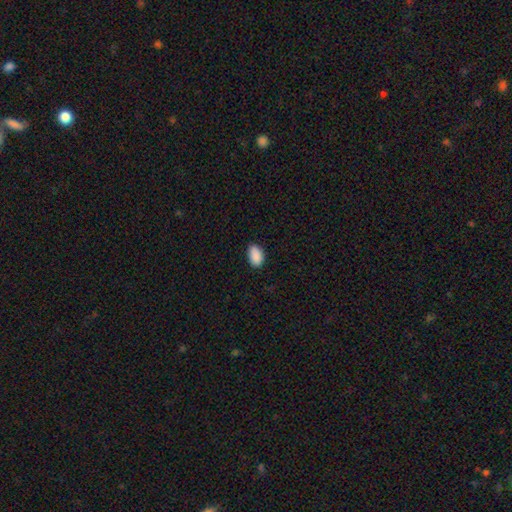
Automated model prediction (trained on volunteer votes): smooth-or-featured: smooth: 90% | star or artifact: 7% | featured or disk: 3%
  how-rounded: in between: 92% | round: 6% | cigar-shaped: 2%
  merging: none: 84% | minor disturbance: 13% | major disturbance: 2% | merger: 1%